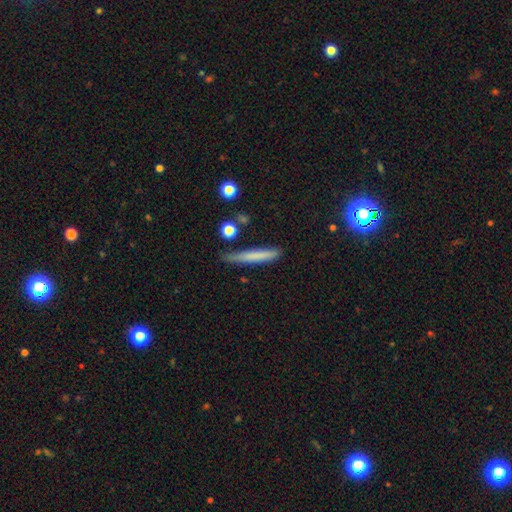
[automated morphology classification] smooth 69%, featured or disk 23%, star or artifact 8%. Down the decision tree: how rounded — cigar-shaped (95%); merging — none (77%).